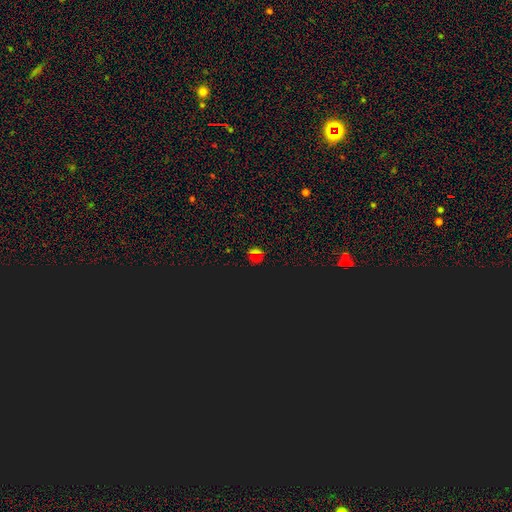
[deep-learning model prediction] This is likely a star or artifact rather than a galaxy (62%).